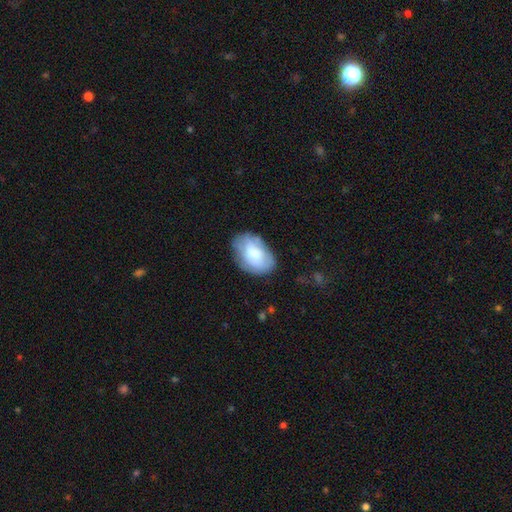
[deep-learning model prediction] Smooth or featured? smooth (67%)
How rounded? in between (86%)
Merging? none (62%)